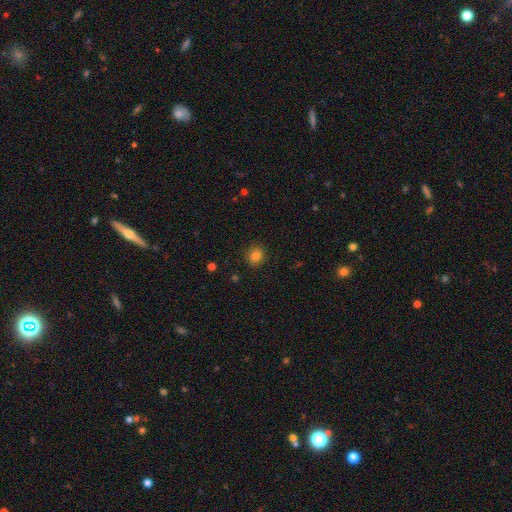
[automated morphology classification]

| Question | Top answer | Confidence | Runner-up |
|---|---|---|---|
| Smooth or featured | smooth | 82% | star or artifact (13%) |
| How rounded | round | 79% | in between (20%) |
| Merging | none | 88% | minor disturbance (8%) |